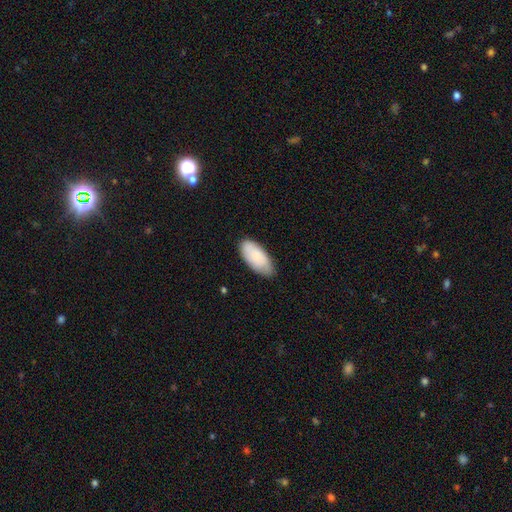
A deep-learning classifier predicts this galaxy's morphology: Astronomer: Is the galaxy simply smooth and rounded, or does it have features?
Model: smooth — 80%.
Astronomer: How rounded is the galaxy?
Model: in between — 90%.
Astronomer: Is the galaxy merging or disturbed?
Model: none — 74%.